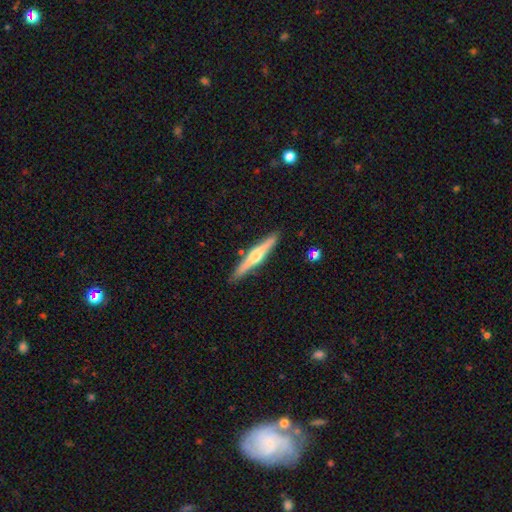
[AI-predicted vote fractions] This appears to be a featured or disk galaxy (67%) viewed edge-on (98%) with a rounded central bulge (89%). Merging: none (89%).